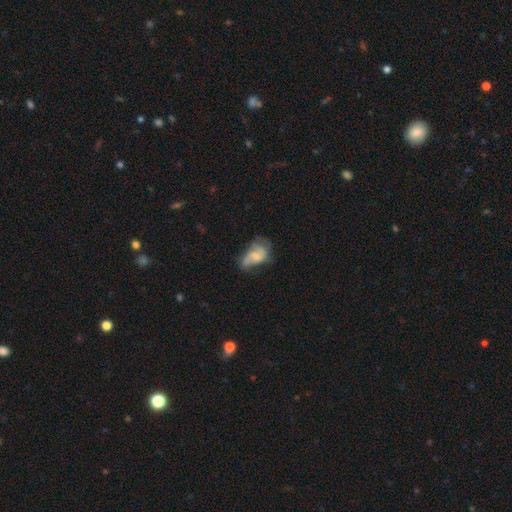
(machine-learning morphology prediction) A featured or disk galaxy (51%).

Vote fractions:
- Smooth or featured? featured or disk: 51% / smooth: 40% / star or artifact: 9%
- Edge-on disk? no: 97% / yes: 3%
- Merging? none: 35% / major disturbance: 31% / minor disturbance: 29% / merger: 5%